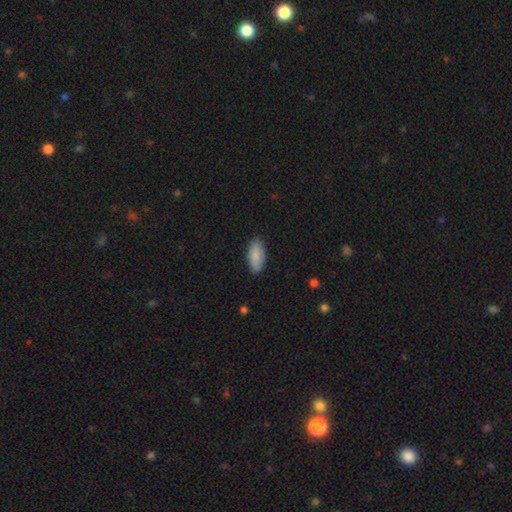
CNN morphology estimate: Smooth or featured? smooth (88%)
How rounded? in between (90%)
Merging? none (86%)